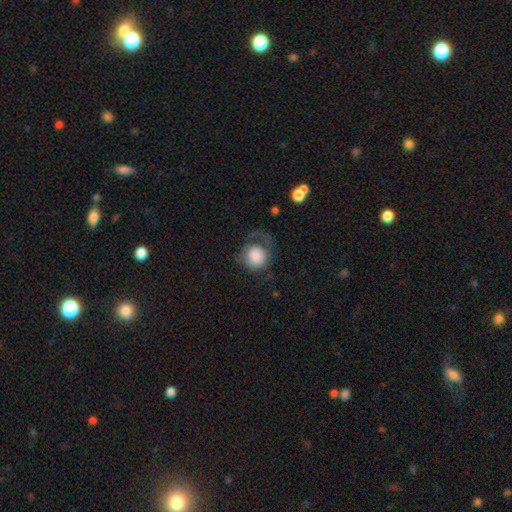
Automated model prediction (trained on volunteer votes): smooth_or_featured: smooth (p=0.76) [alt: featured or disk p=0.16]
how_rounded: round (p=0.83) [alt: in between p=0.16]
merging: none (p=0.42) [alt: major disturbance p=0.34]